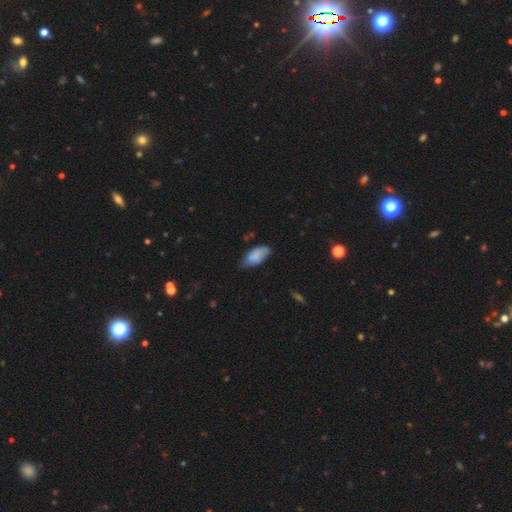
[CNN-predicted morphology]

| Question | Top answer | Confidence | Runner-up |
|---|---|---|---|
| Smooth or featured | smooth | 81% | featured or disk (12%) |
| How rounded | in between | 92% | cigar-shaped (6%) |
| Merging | none | 61% | minor disturbance (32%) |